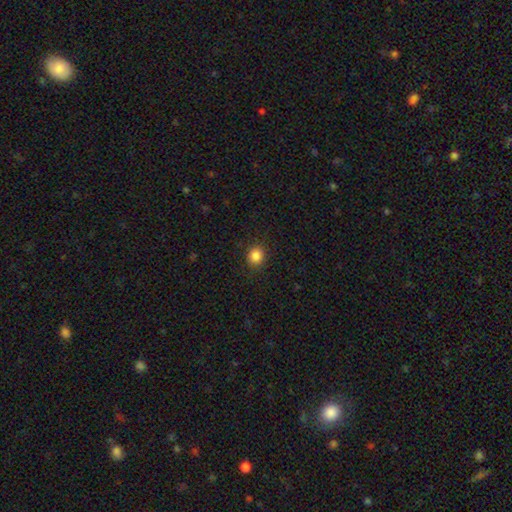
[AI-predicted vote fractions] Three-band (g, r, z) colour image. It shows a smooth galaxy with no disk features (86%) that is round (77%). Merging: none (88%).